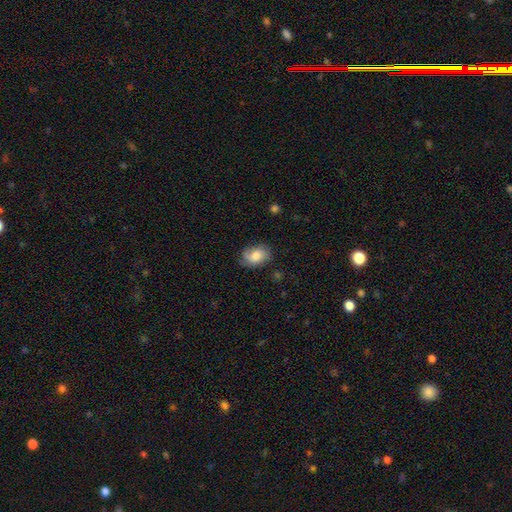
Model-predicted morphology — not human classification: Smooth or featured?
  - smooth: 68% *
  - featured or disk: 25%
  - star or artifact: 8%
How rounded?
  - in between: 79% *
  - round: 20%
  - cigar-shaped: 1%
Merging?
  - none: 66% *
  - minor disturbance: 25%
  - major disturbance: 8%
  - merger: 2%